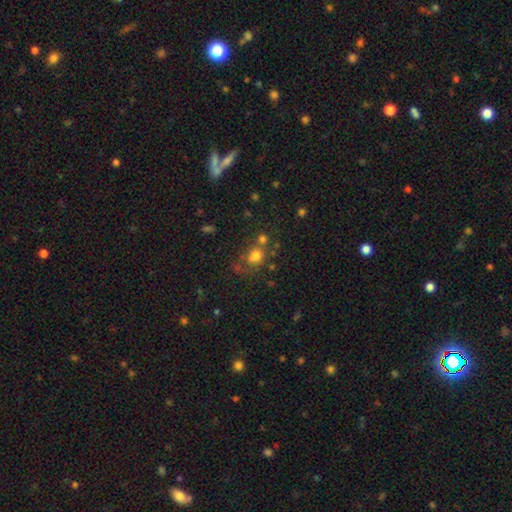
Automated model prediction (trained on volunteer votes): This appears to be a smooth galaxy with no disk features (71%) that is round (72%). Merging: none (51%).